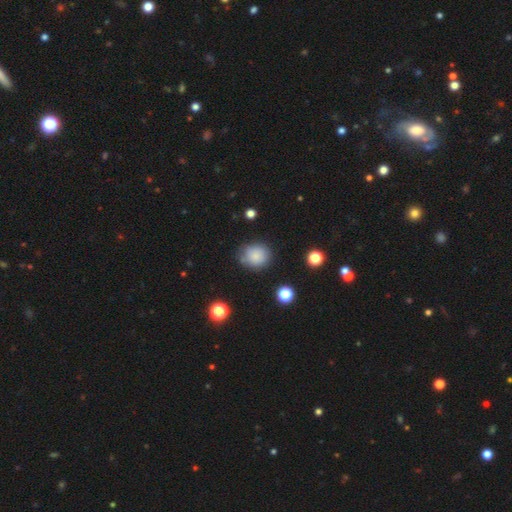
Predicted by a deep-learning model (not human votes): Q: Smooth or featured?
A: smooth (82%); runner-up: star or artifact (10%)
Q: How rounded?
A: round (77%); runner-up: in between (23%)
Q: Merging?
A: none (74%); runner-up: minor disturbance (18%)